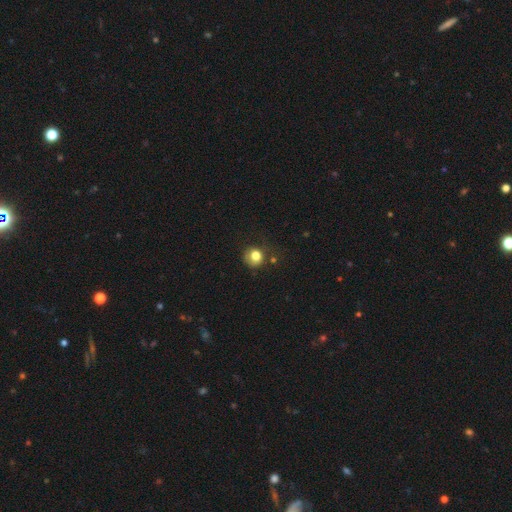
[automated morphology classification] Overall: smooth (79%). How rounded: round (85%). Merging: none (63%).